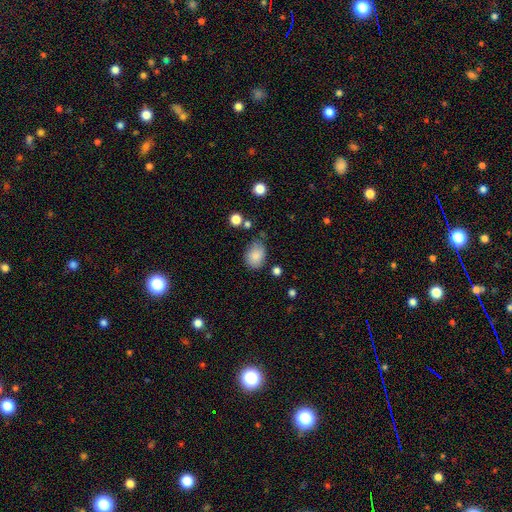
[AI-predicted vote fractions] Smooth or featured?
  - smooth: 85% *
  - star or artifact: 8%
  - featured or disk: 7%
How rounded?
  - in between: 69% *
  - round: 30%
  - cigar-shaped: 1%
Merging?
  - none: 66% *
  - minor disturbance: 25%
  - major disturbance: 6%
  - merger: 4%